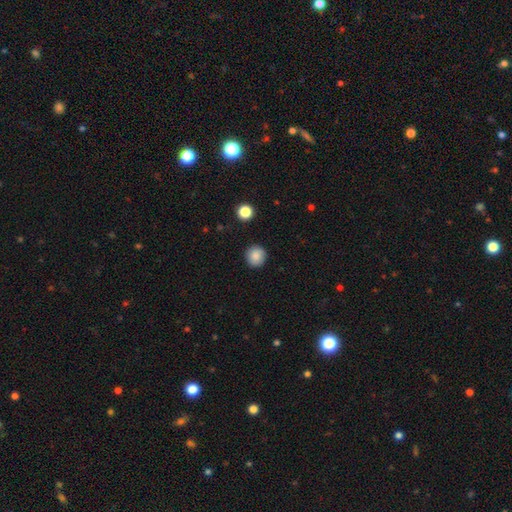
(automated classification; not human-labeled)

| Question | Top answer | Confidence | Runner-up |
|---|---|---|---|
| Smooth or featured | smooth | 87% | star or artifact (9%) |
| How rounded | round | 92% | in between (7%) |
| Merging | none | 91% | minor disturbance (6%) |